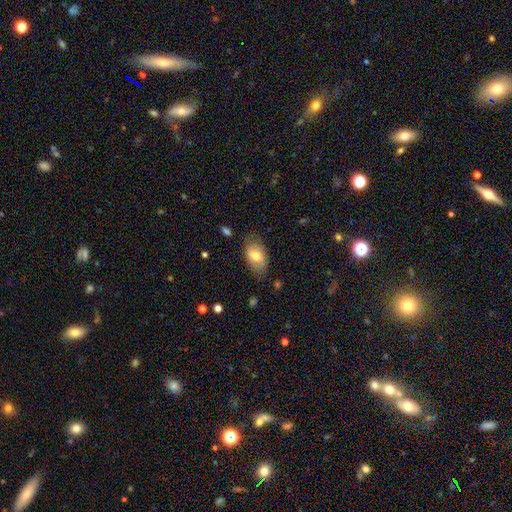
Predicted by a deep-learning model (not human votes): Smooth or featured: smooth — 66% (featured or disk — 27%)
How rounded: in between — 91% (round — 8%)
Merging: none — 69% (minor disturbance — 24%)